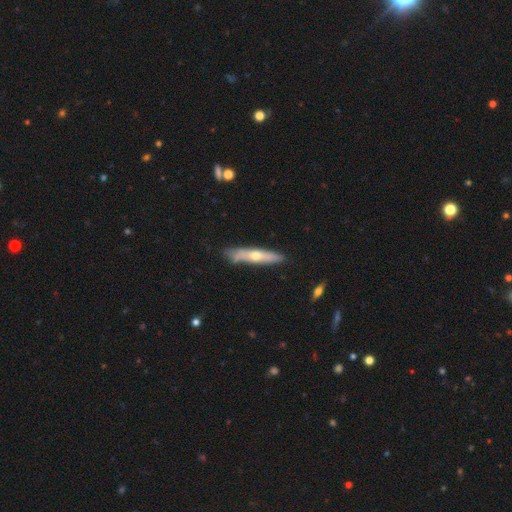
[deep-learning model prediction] Q: Smooth or featured?
A: featured or disk (51%); runner-up: smooth (43%)
Q: Edge-on disk?
A: yes (80%); runner-up: no (20%)
Q: Merging?
A: none (79%); runner-up: minor disturbance (16%)